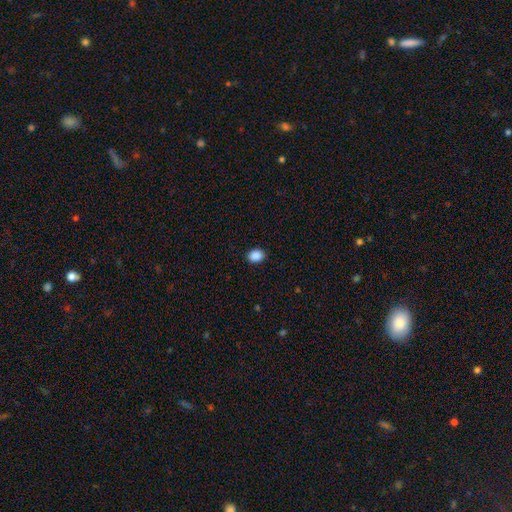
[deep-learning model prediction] smooth_or_featured: smooth (p=0.89) [alt: star or artifact p=0.09]
how_rounded: in between (p=0.59) [alt: round p=0.40]
merging: none (p=0.91) [alt: minor disturbance p=0.07]